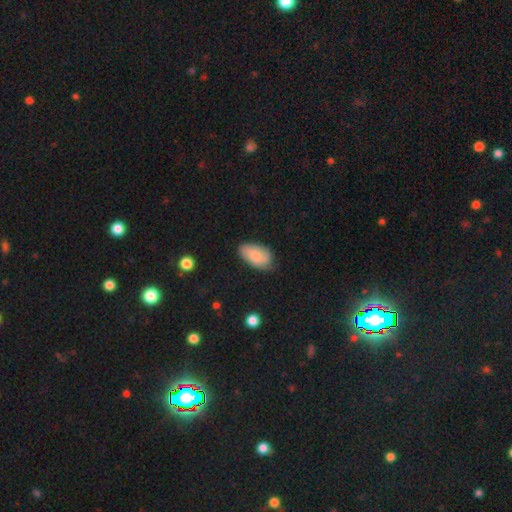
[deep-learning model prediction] Q: Smooth or featured?
A: smooth (74%); runner-up: featured or disk (20%)
Q: How rounded?
A: in between (94%); runner-up: round (4%)
Q: Merging?
A: none (69%); runner-up: minor disturbance (25%)